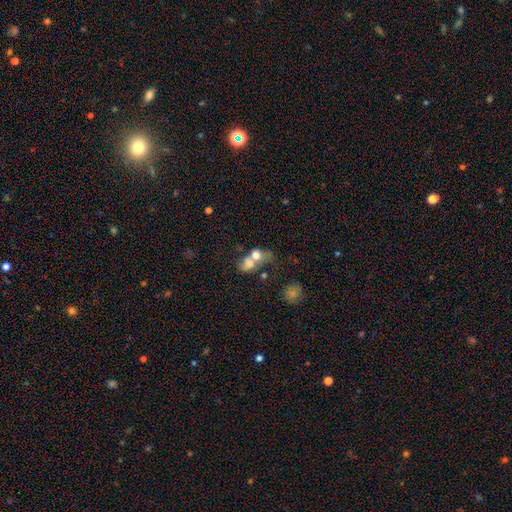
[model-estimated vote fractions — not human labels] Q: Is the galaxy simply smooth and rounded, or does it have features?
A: smooth — 65%.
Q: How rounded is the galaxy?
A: in between — 54%.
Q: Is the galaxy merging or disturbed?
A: merger — 69%.